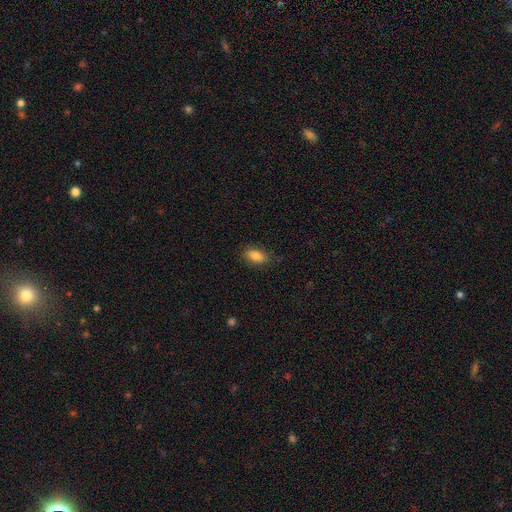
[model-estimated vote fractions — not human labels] A smooth galaxy with no disk features (83%) that is in between round and cigar-shaped (89%).

Vote fractions:
- Smooth or featured? smooth: 83% / featured or disk: 9% / star or artifact: 8%
- How rounded? in between: 89% / cigar-shaped: 6% / round: 6%
- Merging? none: 83% / minor disturbance: 13% / major disturbance: 3% / merger: 1%